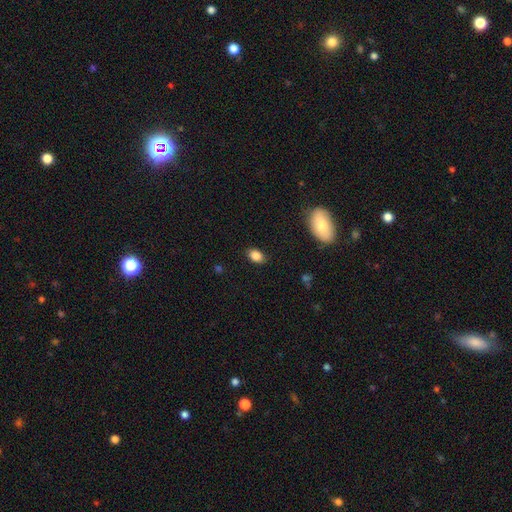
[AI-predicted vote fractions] smooth 86%, star or artifact 9%, featured or disk 5%. Down the decision tree: how rounded — in between (85%); merging — none (84%).